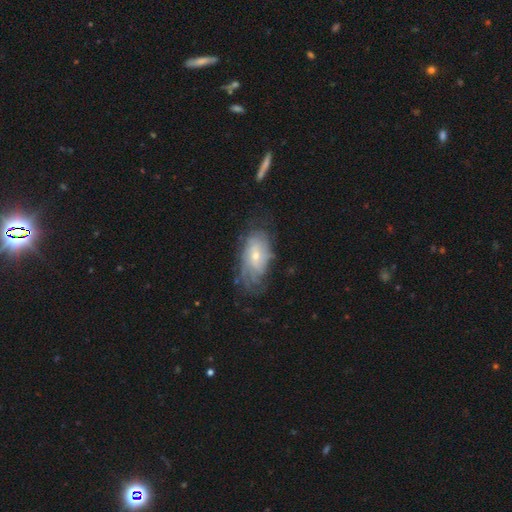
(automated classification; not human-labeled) A featured or disk galaxy (68%) with no bar (67%), tight (61%) spiral arms (81%) and a small central bulge (56%).

Vote fractions:
- Smooth or featured? featured or disk: 68% / smooth: 25% / star or artifact: 7%
- Edge-on disk? no: 93% / yes: 7%
- Bar? no: 67% / weak: 28% / strong: 5%
- Spiral arms? yes: 81% / no: 19%
- Spiral winding? tight: 61% / medium: 27% / loose: 12%
- Spiral arm count? can't tell: 64% / 2: 11% / 4: 8% / 3: 7% / more than 4: 5% / 1: 4%
- Bulge size? small: 56% / moderate: 39% / large: 2% / none: 1% / dominant: 1%
- Merging? none: 58% / minor disturbance: 25% / major disturbance: 15% / merger: 2%